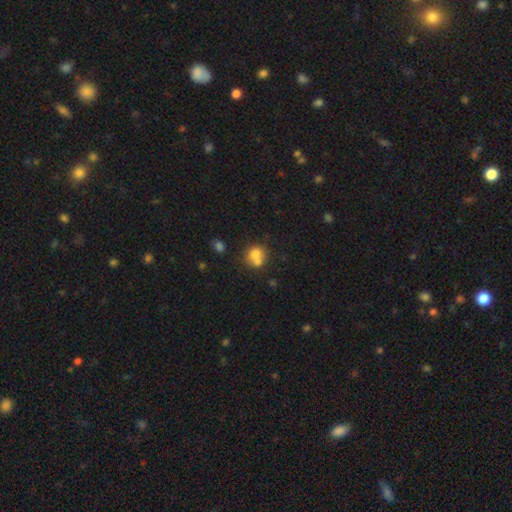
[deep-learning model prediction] Overall: smooth (74%). How rounded: round (79%). Merging: merger (46%; none 40%).